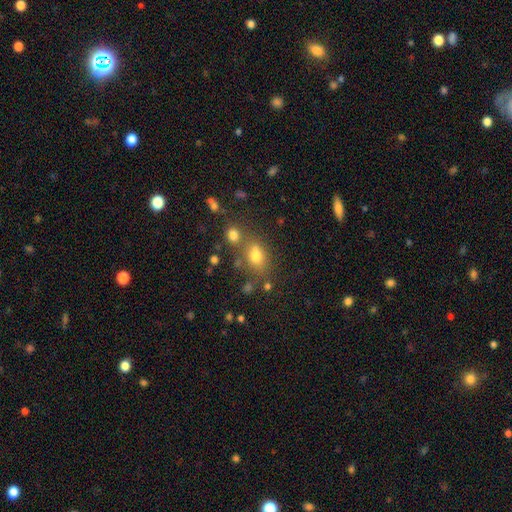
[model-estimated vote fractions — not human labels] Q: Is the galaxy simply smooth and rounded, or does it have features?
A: smooth — 71%.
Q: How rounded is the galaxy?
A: in between — 66%.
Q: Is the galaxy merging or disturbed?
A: none — 56%.